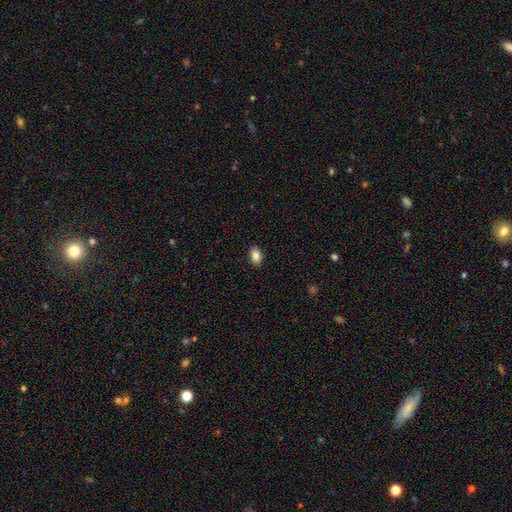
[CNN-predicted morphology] type=smooth (86%); roundness=in between (91%); merging=none (90%).